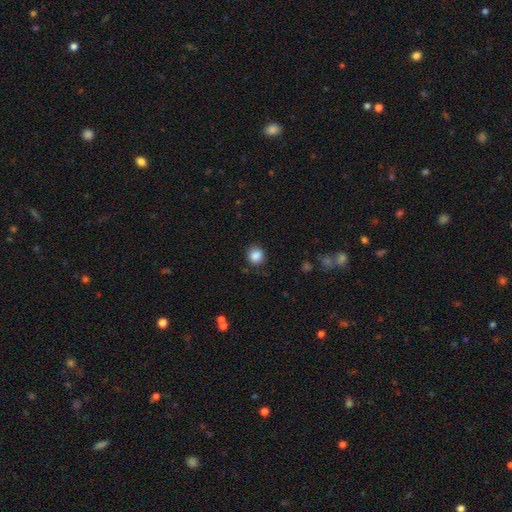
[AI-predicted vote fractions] This appears to be a smooth galaxy with no disk features (87%) that is round (86%). Merging: none (83%).